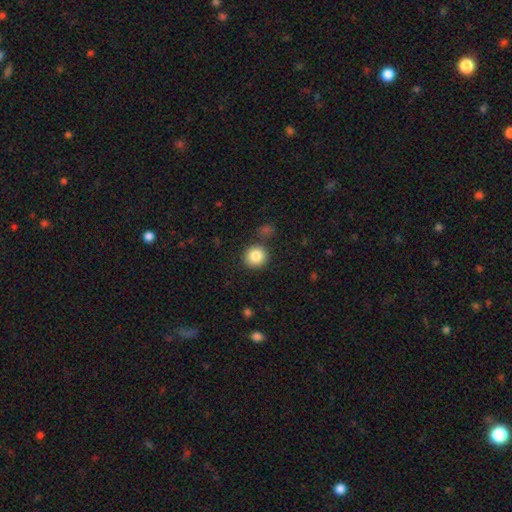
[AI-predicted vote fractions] Overall: smooth (85%). How rounded: round (90%). Merging: none (84%).